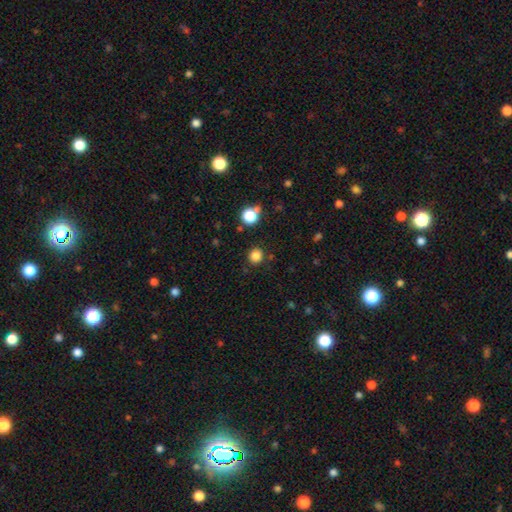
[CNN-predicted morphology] A smooth galaxy with no disk features (83%) that is round (90%). Merging: none (88%).